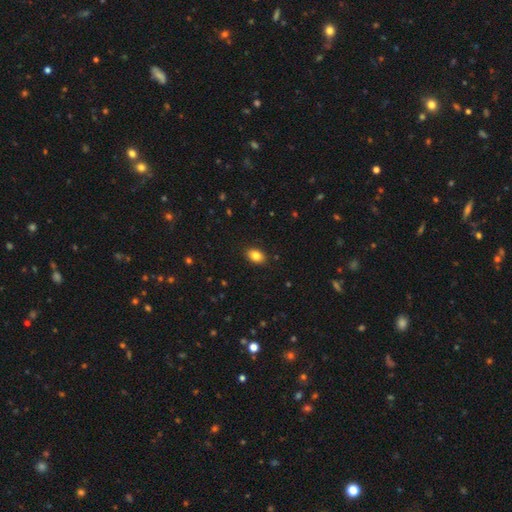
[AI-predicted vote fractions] Q: Smooth or featured?
A: smooth (85%); runner-up: star or artifact (9%)
Q: How rounded?
A: in between (84%); runner-up: round (14%)
Q: Merging?
A: none (89%); runner-up: minor disturbance (8%)